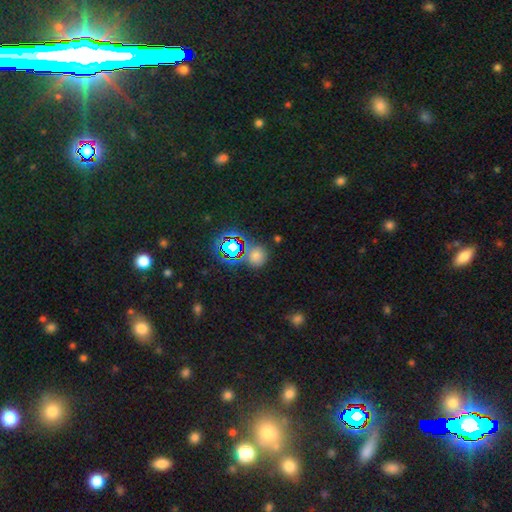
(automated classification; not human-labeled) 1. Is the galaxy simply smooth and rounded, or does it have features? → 59% smooth, 33% star or artifact, 8% featured or disk.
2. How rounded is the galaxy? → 82% round, 16% in between, 1% cigar-shaped.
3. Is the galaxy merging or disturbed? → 74% none, 12% minor disturbance, 9% merger, 5% major disturbance.